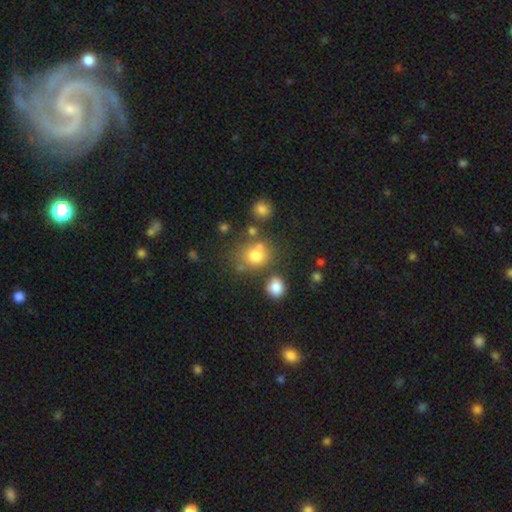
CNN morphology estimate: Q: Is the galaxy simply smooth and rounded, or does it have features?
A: smooth — 74%.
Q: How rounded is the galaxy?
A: round — 77%.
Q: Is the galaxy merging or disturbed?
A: none — 61%.